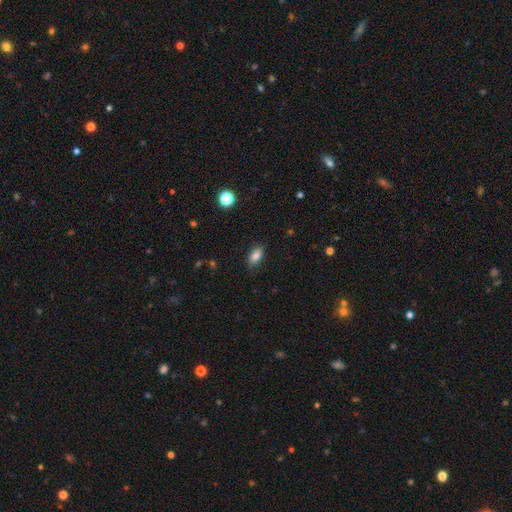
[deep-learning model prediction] smooth_or_featured: smooth (p=0.84) [alt: star or artifact p=0.09]
how_rounded: in between (p=0.88) [alt: round p=0.08]
merging: none (p=0.84) [alt: minor disturbance p=0.12]